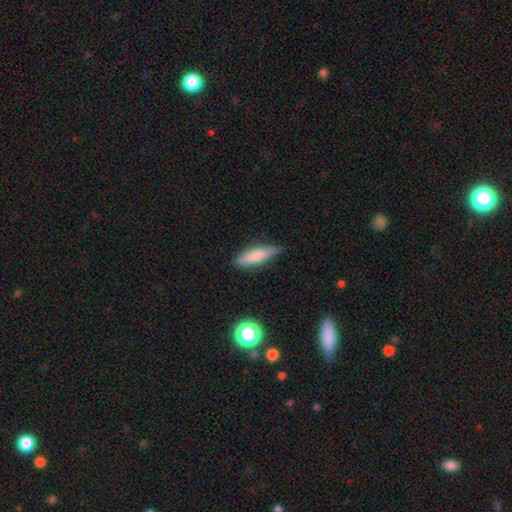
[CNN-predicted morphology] type=smooth (71%); roundness=cigar-shaped (62%); merging=none (79%).